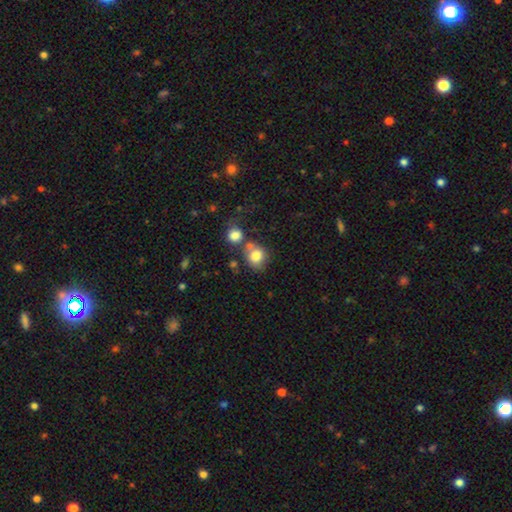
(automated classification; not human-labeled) smooth-or-featured: smooth: 81% | star or artifact: 10% | featured or disk: 10%
  how-rounded: round: 72% | in between: 28% | cigar-shaped: 1%
  merging: none: 52% | merger: 29% | minor disturbance: 14% | major disturbance: 5%